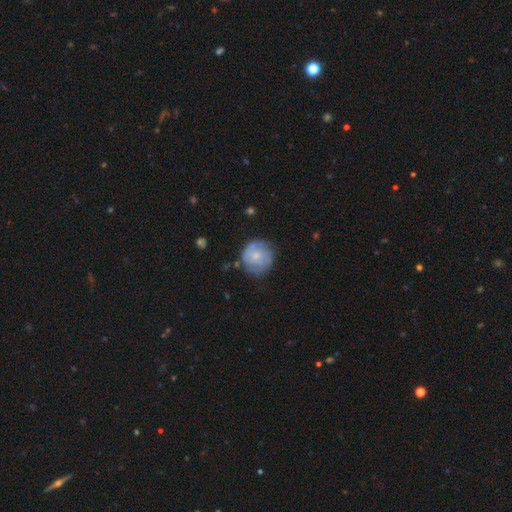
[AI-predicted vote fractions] Morphology: type=featured or disk (47%, tied with smooth); merging=none (68%).